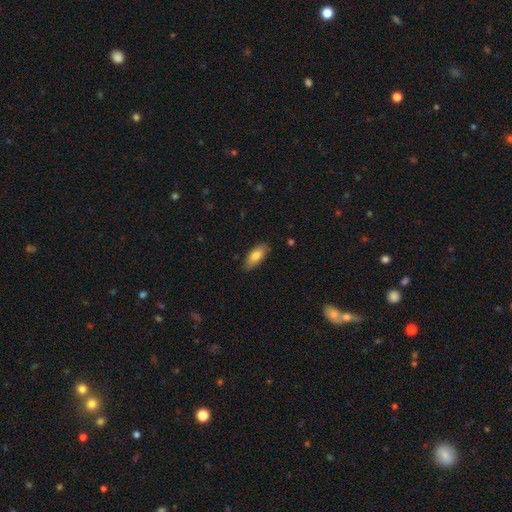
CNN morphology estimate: A smooth galaxy with no disk features (79%) that is in between round and cigar-shaped (82%). Merging: none (83%).